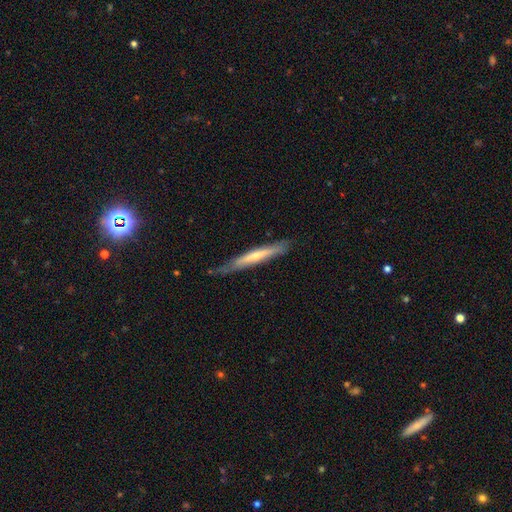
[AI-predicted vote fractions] smooth-or-featured: featured or disk: 54% | smooth: 40% | star or artifact: 5%
  disk-edge-on: yes: 89% | no: 11%
  merging: none: 73% | minor disturbance: 21% | major disturbance: 4% | merger: 2%